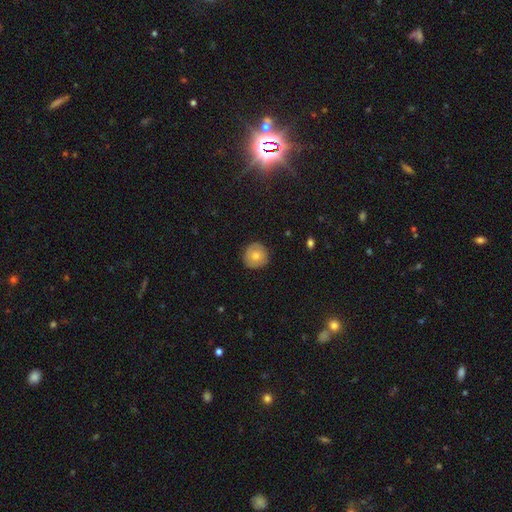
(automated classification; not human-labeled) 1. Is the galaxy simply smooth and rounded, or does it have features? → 71% smooth, 21% featured or disk, 8% star or artifact.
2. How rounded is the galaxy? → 93% round, 6% in between, 1% cigar-shaped.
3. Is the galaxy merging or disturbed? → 87% none, 10% minor disturbance, 2% major disturbance, 1% merger.